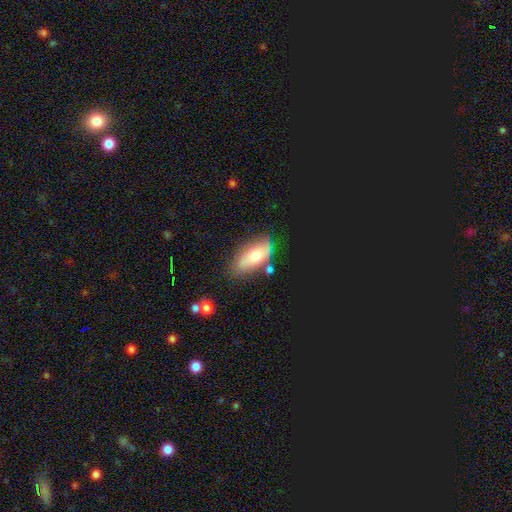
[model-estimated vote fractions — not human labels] This appears to be a smooth galaxy with no disk features (52%) that is in between round and cigar-shaped (87%). Merging: none (63%).